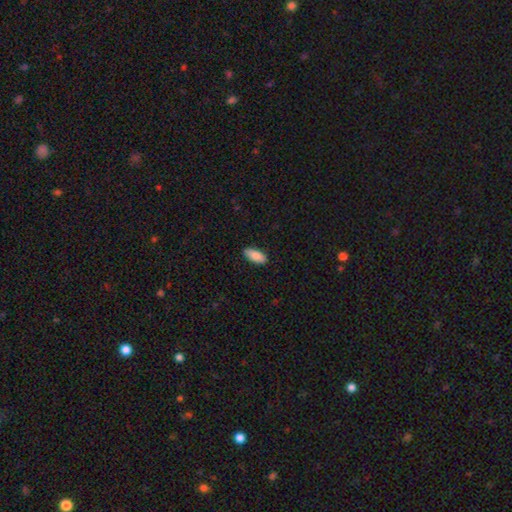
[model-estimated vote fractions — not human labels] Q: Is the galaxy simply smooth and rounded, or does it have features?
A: smooth — 88%.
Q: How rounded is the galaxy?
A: in between — 88%.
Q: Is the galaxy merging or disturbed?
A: none — 89%.